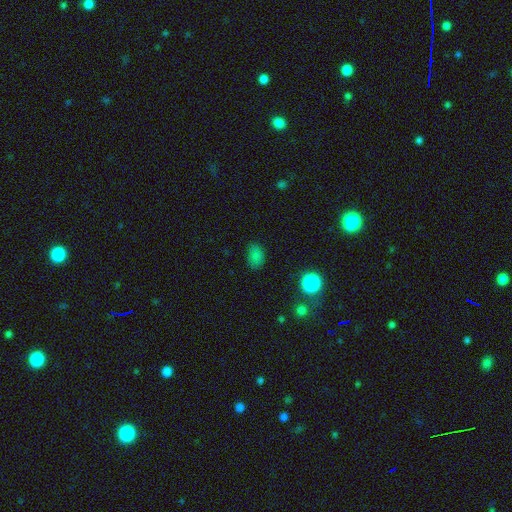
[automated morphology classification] smooth 76%, star or artifact 18%, featured or disk 6%. Down the decision tree: how rounded — in between (80%); merging — none (79%).